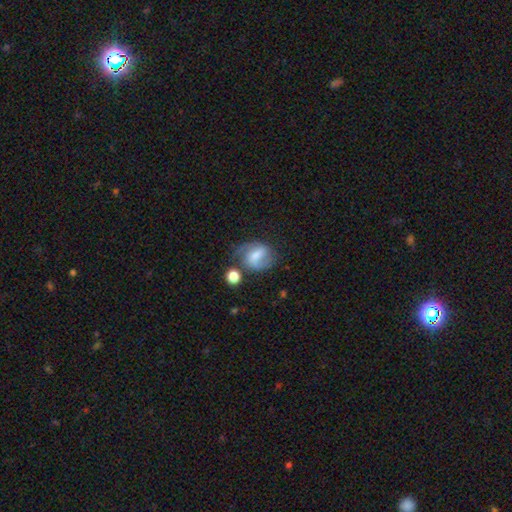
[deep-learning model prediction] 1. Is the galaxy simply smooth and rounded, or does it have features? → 58% featured or disk, 33% smooth, 9% star or artifact.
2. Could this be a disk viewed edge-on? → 97% no, 3% yes.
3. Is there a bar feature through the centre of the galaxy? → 49% weak, 31% strong, 20% no.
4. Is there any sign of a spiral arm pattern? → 87% yes, 13% no.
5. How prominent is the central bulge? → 39% moderate, 27% small, 17% none, 15% large, 3% dominant.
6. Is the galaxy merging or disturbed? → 54% none, 23% minor disturbance, 13% major disturbance, 10% merger.